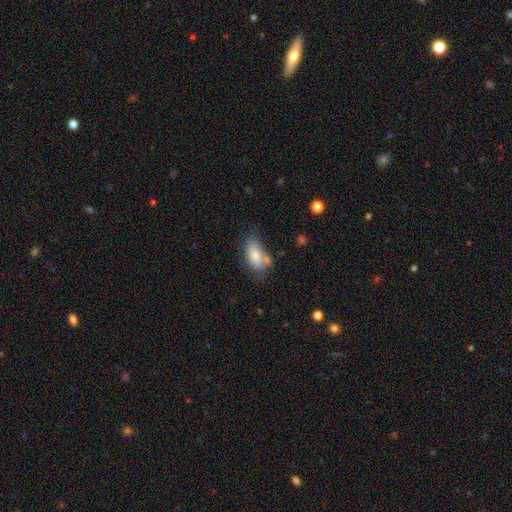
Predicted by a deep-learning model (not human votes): Q: Smooth or featured?
A: smooth (76%); runner-up: featured or disk (17%)
Q: How rounded?
A: in between (91%); runner-up: round (6%)
Q: Merging?
A: none (45%); runner-up: minor disturbance (28%)